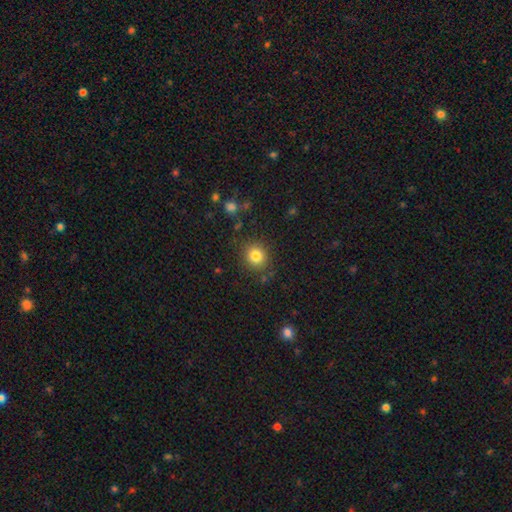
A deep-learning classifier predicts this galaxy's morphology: smooth 82%, star or artifact 11%, featured or disk 6%. Down the decision tree: how rounded — round (84%); merging — none (85%).